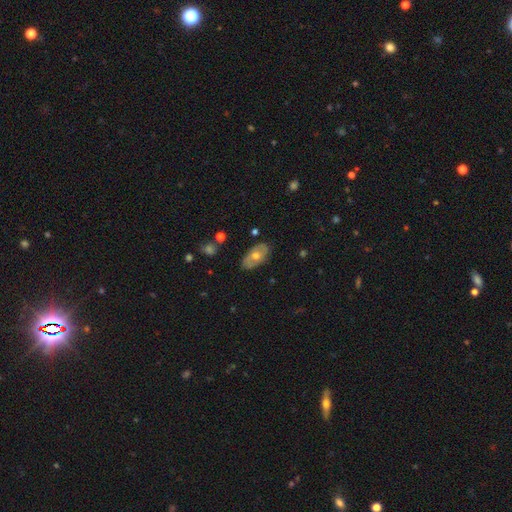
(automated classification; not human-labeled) Overall: featured or disk (49%; smooth 44%). Merging: none (81%).